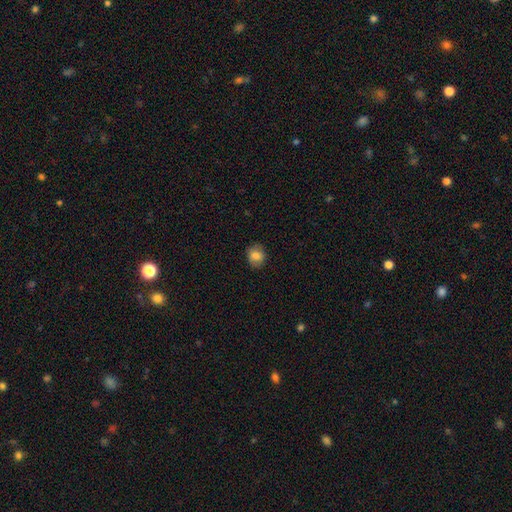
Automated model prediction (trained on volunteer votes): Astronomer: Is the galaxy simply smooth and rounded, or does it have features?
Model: smooth — 81%.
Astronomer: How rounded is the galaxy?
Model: round — 65%.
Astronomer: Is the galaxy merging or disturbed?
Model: none — 85%.